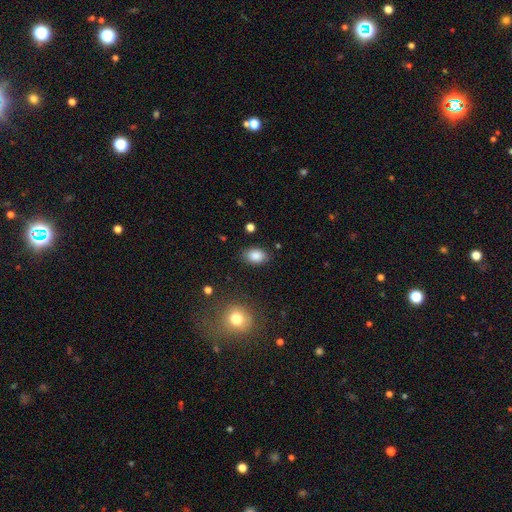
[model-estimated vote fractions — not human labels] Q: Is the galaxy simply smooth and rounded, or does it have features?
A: smooth — 87%.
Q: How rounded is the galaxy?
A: in between — 84%.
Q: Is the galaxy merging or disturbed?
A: none — 85%.